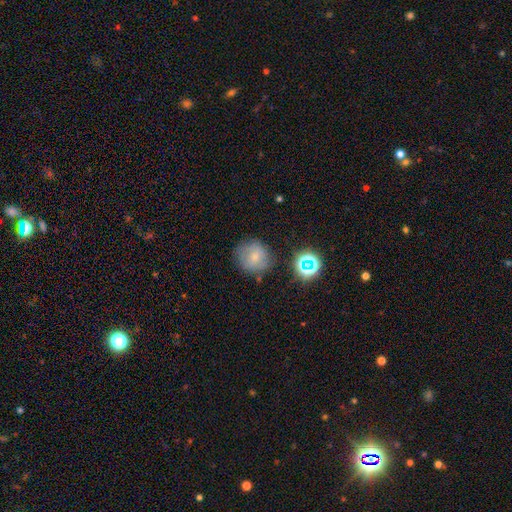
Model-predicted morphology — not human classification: Smooth or featured: smooth — 65% (featured or disk — 19%)
How rounded: round — 87% (in between — 12%)
Merging: none — 70% (minor disturbance — 19%)